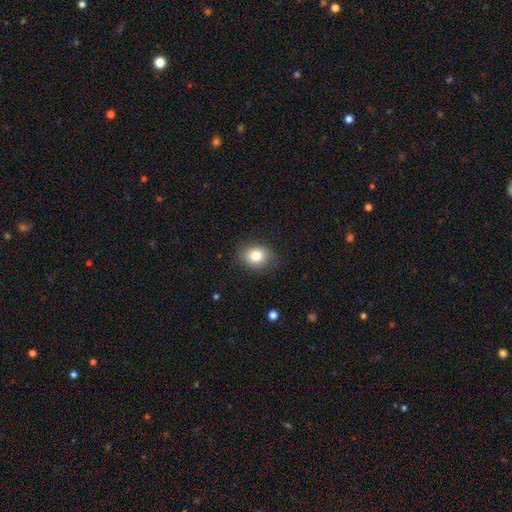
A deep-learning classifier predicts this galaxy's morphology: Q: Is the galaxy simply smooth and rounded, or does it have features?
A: smooth — 80%.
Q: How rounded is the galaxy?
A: round — 57%.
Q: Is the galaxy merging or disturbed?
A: none — 83%.